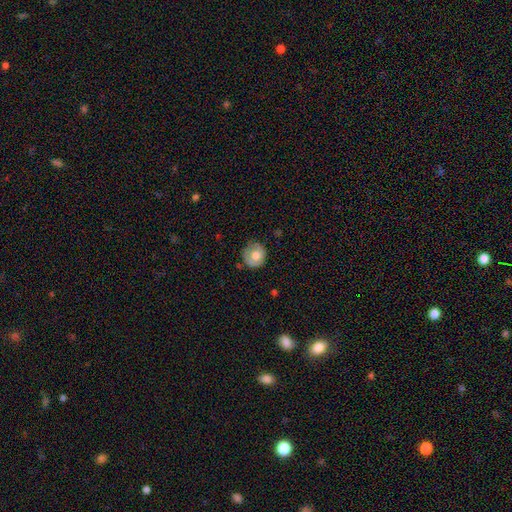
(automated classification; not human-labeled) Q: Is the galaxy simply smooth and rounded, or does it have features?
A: smooth — 67%.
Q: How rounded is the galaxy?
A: round — 86%.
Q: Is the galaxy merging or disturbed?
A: none — 68%.